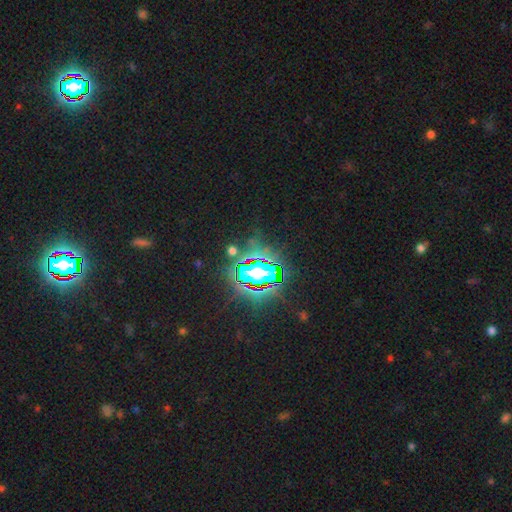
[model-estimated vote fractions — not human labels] The model was most divided on "smooth or featured": star or artifact: 83%, smooth: 10%, featured or disk: 7%.